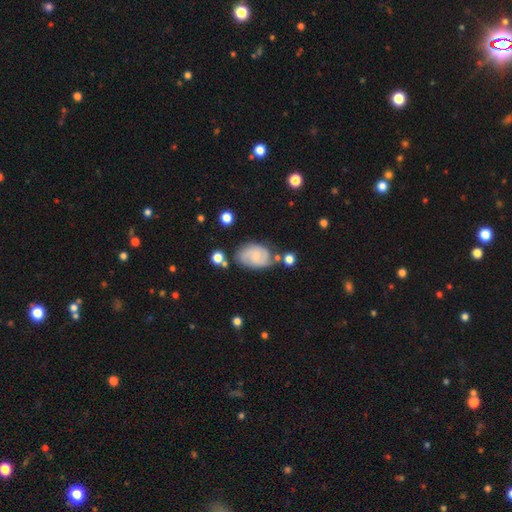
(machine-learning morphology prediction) This appears to be a featured or disk galaxy (64%) with no bar (59%), 2 (67%) medium (44%) spiral arms (91%) and a small central bulge (68%). Merging: none (63%).